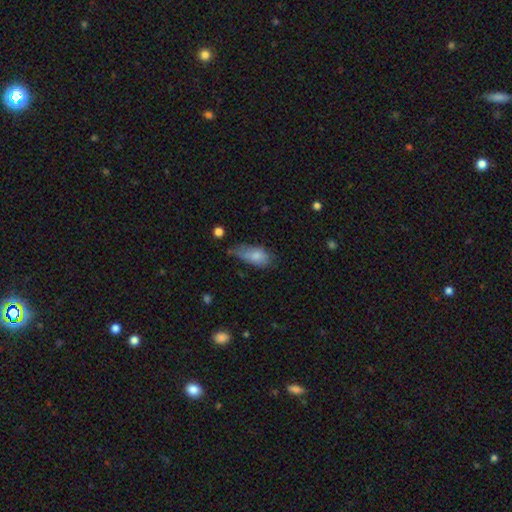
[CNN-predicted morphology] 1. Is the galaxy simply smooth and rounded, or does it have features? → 76% smooth, 16% featured or disk, 7% star or artifact.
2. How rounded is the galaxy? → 88% in between, 8% cigar-shaped, 4% round.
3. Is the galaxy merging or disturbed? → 42% minor disturbance, 33% none, 20% major disturbance, 4% merger.